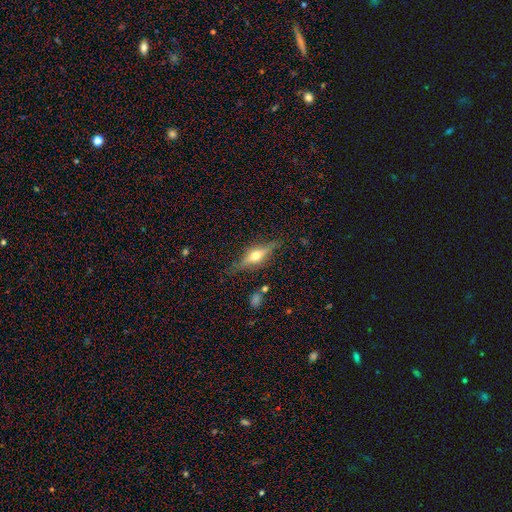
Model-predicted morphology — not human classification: Overall: featured or disk (66%). Edge-on disk: yes (93%). Edge-on bulge: rounded (95%). Merging: none (82%).